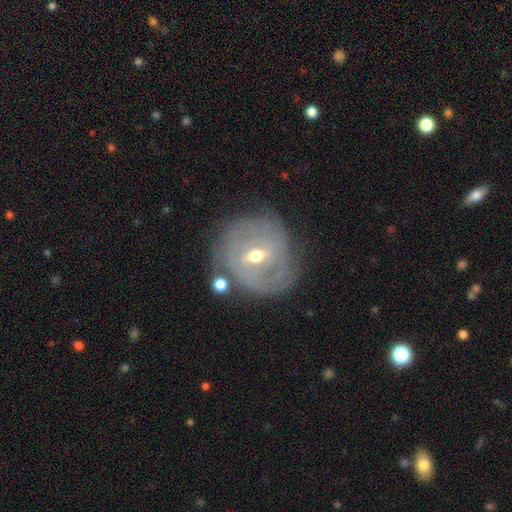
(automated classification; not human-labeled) A featured or disk galaxy (81%) with a weak bar (55%), tight (73%) spiral arms (85%) and a moderate central bulge (64%). Merging: none (72%).